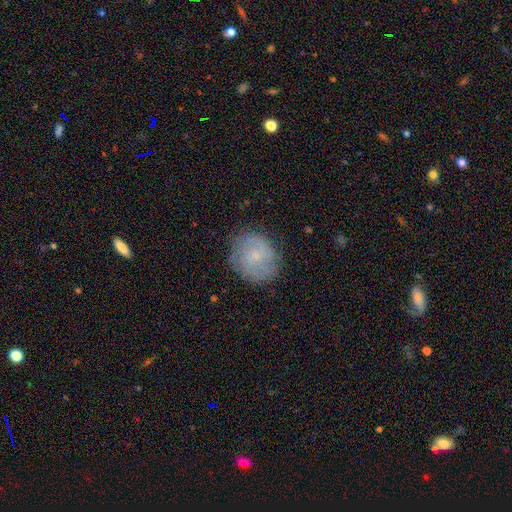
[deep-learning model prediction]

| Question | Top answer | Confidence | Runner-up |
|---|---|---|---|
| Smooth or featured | featured or disk | 48% | smooth (44%) |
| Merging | none | 79% | minor disturbance (16%) |